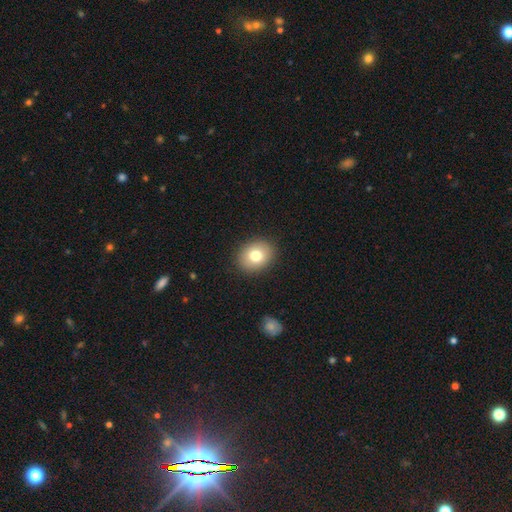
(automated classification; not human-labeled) This appears to be a smooth galaxy with no disk features (77%) that is round (56%). Merging: none (89%).